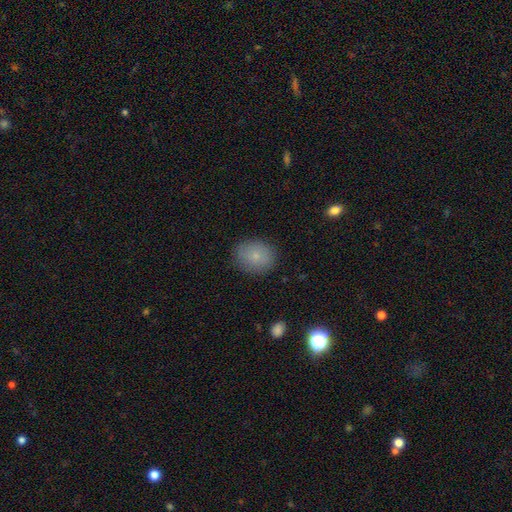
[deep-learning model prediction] Smooth or featured?
  - smooth: 79% *
  - featured or disk: 12%
  - star or artifact: 10%
How rounded?
  - round: 60% *
  - in between: 39%
  - cigar-shaped: 1%
Merging?
  - none: 84% *
  - minor disturbance: 11%
  - major disturbance: 3%
  - merger: 1%